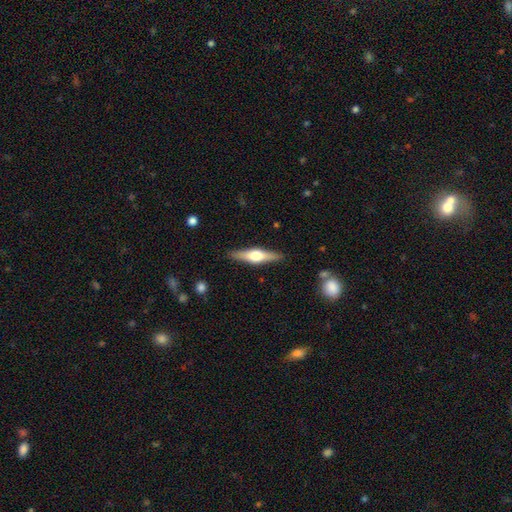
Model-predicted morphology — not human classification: Smooth or featured? Predicted: featured or disk (p=0.62). Edge-on disk? Predicted: yes (p=0.96). Edge-on bulge? Predicted: rounded (p=0.93). Merging? Predicted: none (p=0.89).